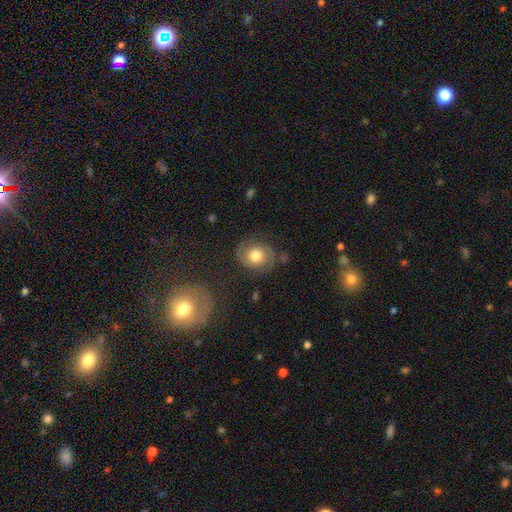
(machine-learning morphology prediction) smooth-or-featured: featured or disk: 58% | smooth: 32% | star or artifact: 10%
  disk-edge-on: no: 97% | yes: 3%
    bar: no: 79% | weak: 18% | strong: 4%
    has-spiral-arms: yes: 86% | no: 14%
    bulge-size: moderate: 64% | large: 26% | small: 7% | dominant: 2% | none: 2%
  merging: none: 75% | minor disturbance: 16% | major disturbance: 7% | merger: 2%